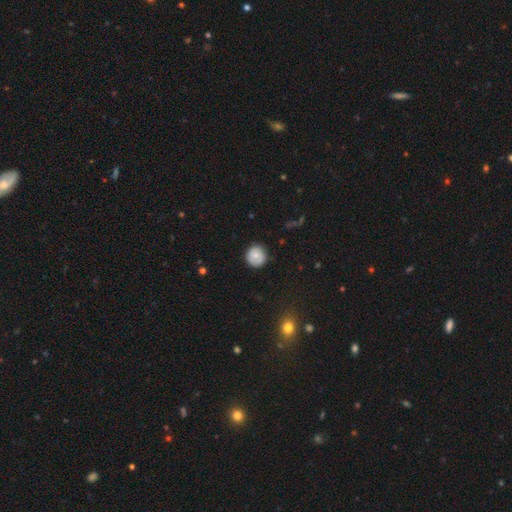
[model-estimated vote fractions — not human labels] Q: Smooth or featured?
A: smooth (75%); runner-up: featured or disk (17%)
Q: How rounded?
A: round (91%); runner-up: in between (8%)
Q: Merging?
A: none (84%); runner-up: minor disturbance (13%)